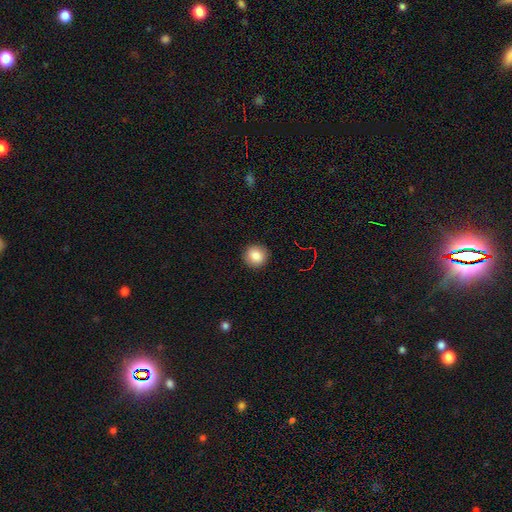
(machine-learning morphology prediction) smooth 86%, star or artifact 9%, featured or disk 5%. Down the decision tree: how rounded — round (92%); merging — none (91%).